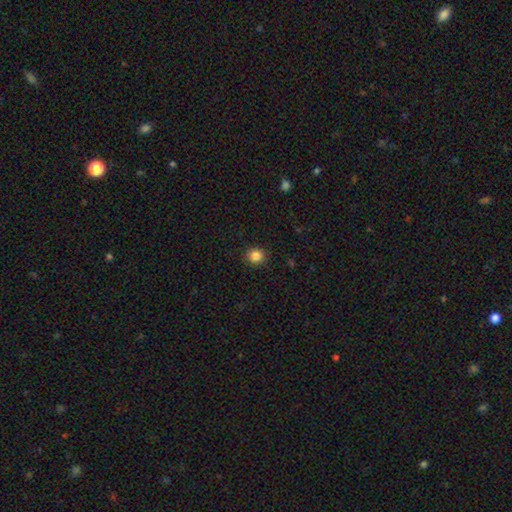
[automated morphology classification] Smooth or featured?
  - smooth: 85% *
  - star or artifact: 11%
  - featured or disk: 4%
How rounded?
  - round: 89% *
  - in between: 10%
  - cigar-shaped: 1%
Merging?
  - none: 90% *
  - minor disturbance: 7%
  - major disturbance: 2%
  - merger: 1%